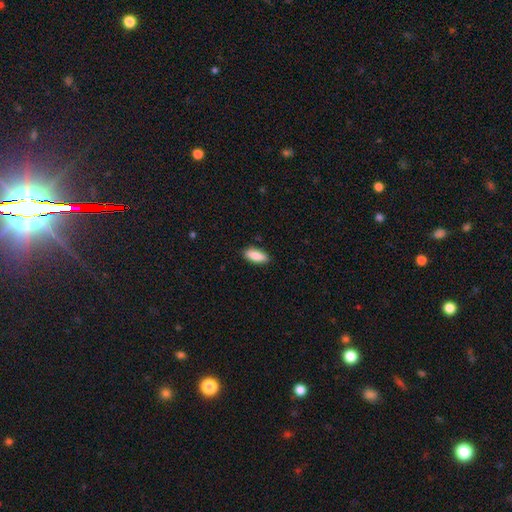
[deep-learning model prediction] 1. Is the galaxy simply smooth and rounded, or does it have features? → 87% smooth, 6% featured or disk, 6% star or artifact.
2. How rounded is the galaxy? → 78% in between, 20% cigar-shaped, 2% round.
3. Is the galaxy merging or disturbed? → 86% none, 11% minor disturbance, 2% major disturbance, 1% merger.